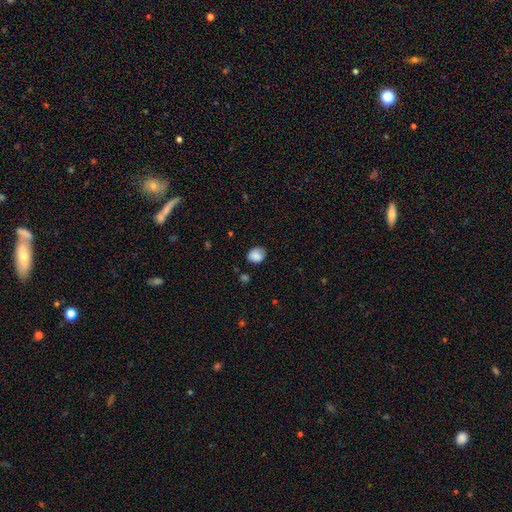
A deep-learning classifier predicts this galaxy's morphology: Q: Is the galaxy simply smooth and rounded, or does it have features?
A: smooth — 85%.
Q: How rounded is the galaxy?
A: round — 58%.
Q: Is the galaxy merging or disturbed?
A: none — 72%.